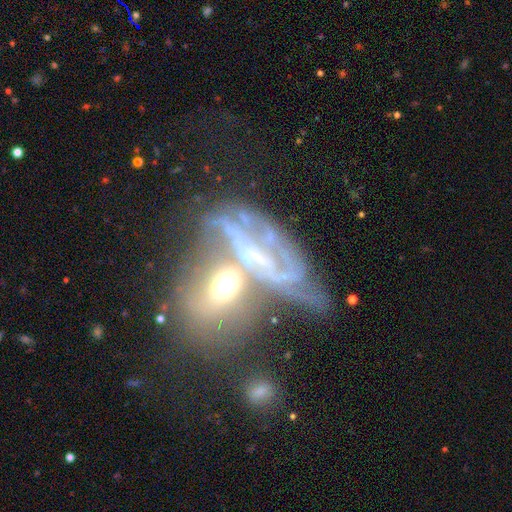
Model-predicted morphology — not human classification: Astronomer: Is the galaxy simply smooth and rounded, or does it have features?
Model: featured or disk — 67%.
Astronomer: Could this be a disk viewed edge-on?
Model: no — 80%.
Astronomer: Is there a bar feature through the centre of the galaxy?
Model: no — 58%.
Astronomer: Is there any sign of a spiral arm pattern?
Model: yes — 51% (runner-up: no, 49%).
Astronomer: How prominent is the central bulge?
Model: moderate — 44% (runner-up: small, 26%).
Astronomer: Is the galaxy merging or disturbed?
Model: merger — 48% (runner-up: major disturbance, 25%).